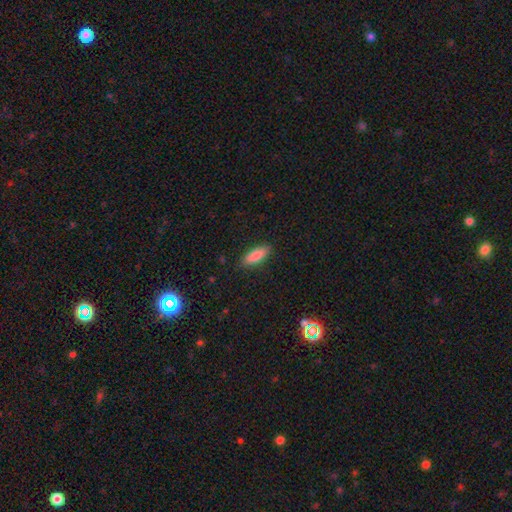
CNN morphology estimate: Q: Smooth or featured?
A: smooth (85%); runner-up: featured or disk (8%)
Q: How rounded?
A: in between (64%); runner-up: cigar-shaped (34%)
Q: Merging?
A: none (87%); runner-up: minor disturbance (9%)